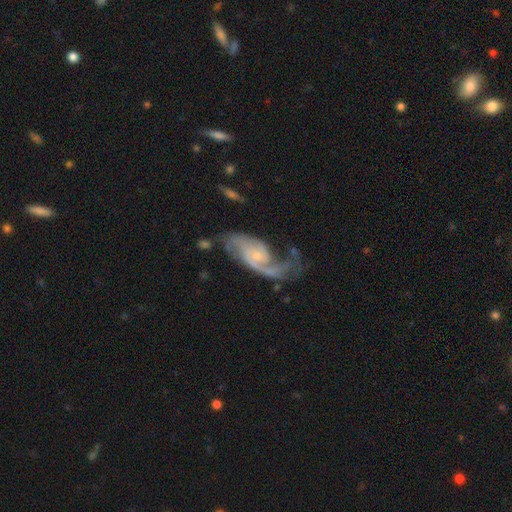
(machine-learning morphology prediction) Smooth or featured? featured or disk (88%)
Edge-on disk? no (96%)
Bar? no (64%)
Spiral arms? yes (96%)
Spiral winding? medium (45%)
Spiral arm count? 2 (78%)
Bulge size? small (72%)
Merging? none (48%)